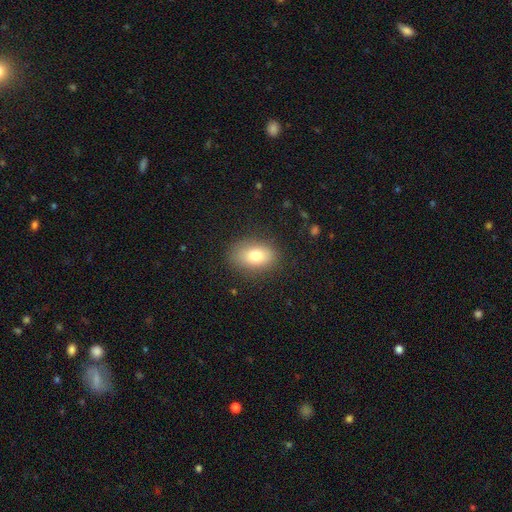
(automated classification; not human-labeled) smooth_or_featured: smooth (p=0.78) [alt: featured or disk p=0.13]
how_rounded: in between (p=0.85) [alt: round p=0.14]
merging: none (p=0.85) [alt: minor disturbance p=0.10]